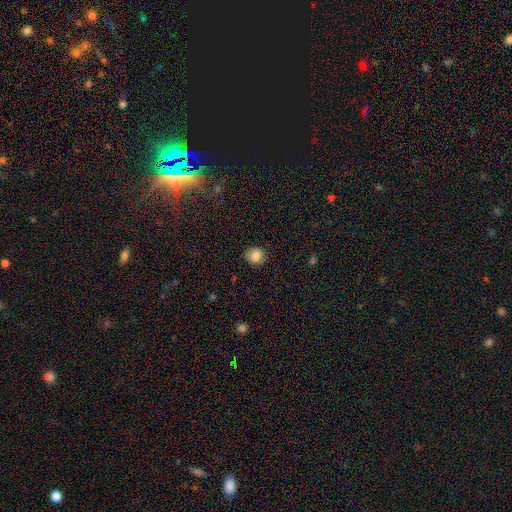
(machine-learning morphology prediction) A smooth galaxy with no disk features (85%) that is round (78%).

Vote fractions:
- Smooth or featured? smooth: 85% / star or artifact: 9% / featured or disk: 5%
- How rounded? round: 78% / in between: 21% / cigar-shaped: 1%
- Merging? none: 83% / minor disturbance: 13% / major disturbance: 3% / merger: 1%